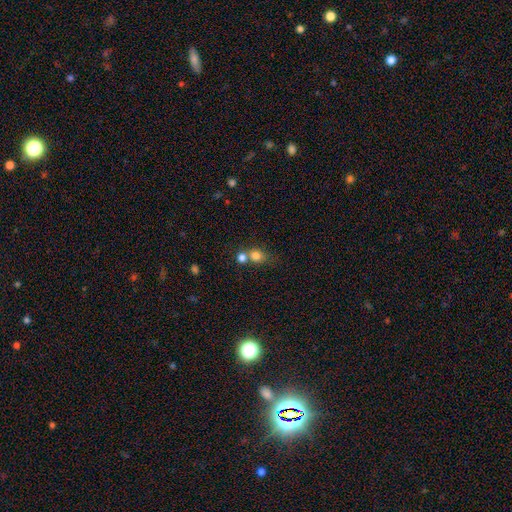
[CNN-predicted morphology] smooth_or_featured: smooth (p=0.78) [alt: star or artifact p=0.13]
how_rounded: round (p=0.71) [alt: in between p=0.28]
merging: merger (p=0.46) [alt: none p=0.41]